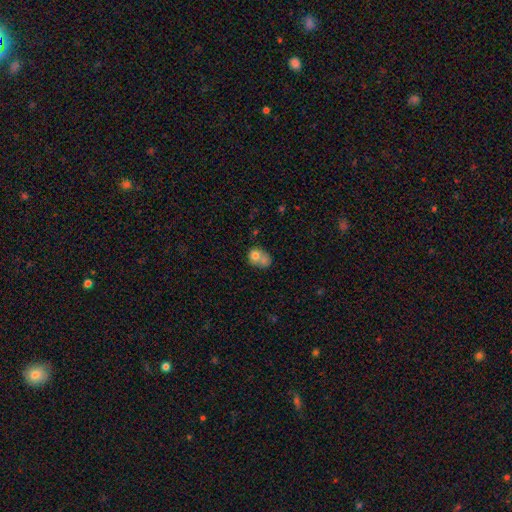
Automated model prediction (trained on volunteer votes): smooth 72%, featured or disk 18%, star or artifact 10%. Down the decision tree: how rounded — round (55%); merging — merger (48%).